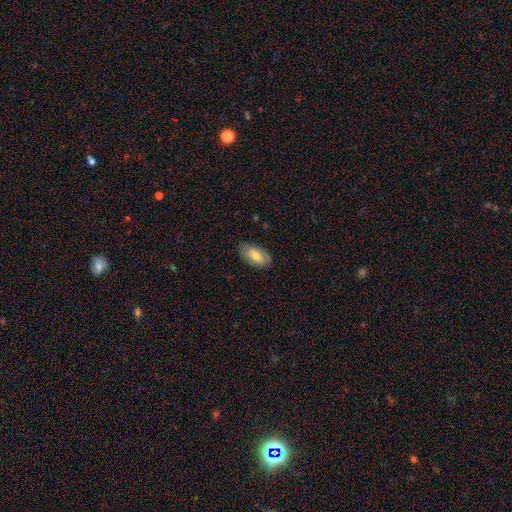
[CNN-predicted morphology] This is likely a smooth galaxy (69%). How rounded: clearly in between (93%). Merging: clearly none (81%).